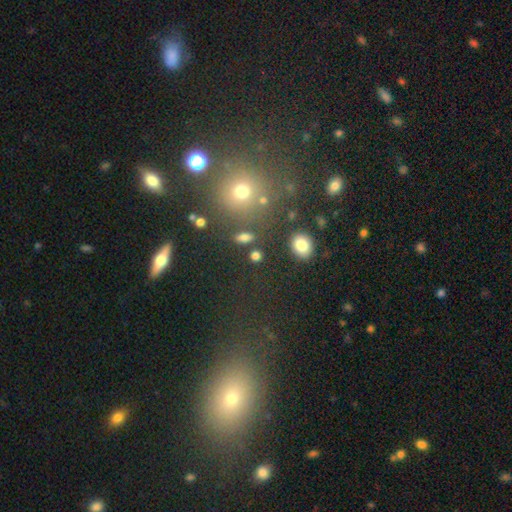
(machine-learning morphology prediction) The model was most divided on "how rounded" (2-way tie): in between: 47%, round: 47%, cigar-shaped: 6%. More confident: merging — none (79%); smooth or featured — smooth (77%).